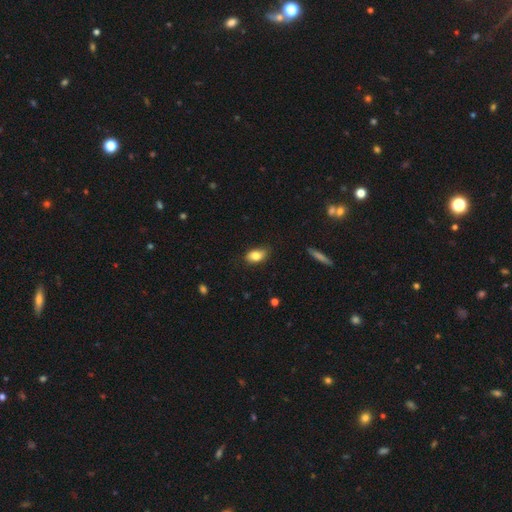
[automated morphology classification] A smooth galaxy with no disk features (82%) that is in between round and cigar-shaped (87%).

Vote fractions:
- Smooth or featured? smooth: 82% / featured or disk: 10% / star or artifact: 8%
- How rounded? in between: 87% / round: 10% / cigar-shaped: 3%
- Merging? none: 74% / minor disturbance: 21% / major disturbance: 3% / merger: 1%